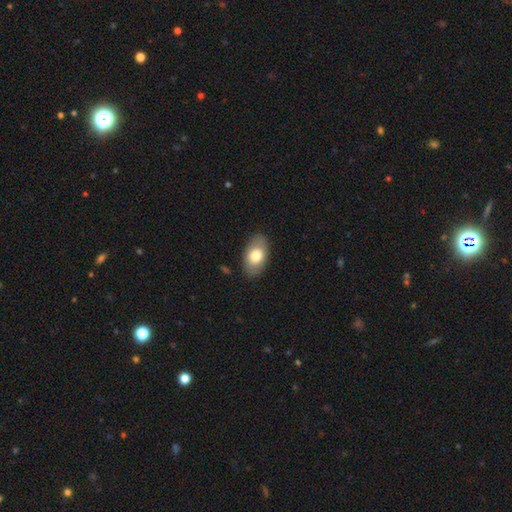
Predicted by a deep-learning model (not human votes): Q: Smooth or featured?
A: smooth (75%); runner-up: featured or disk (18%)
Q: How rounded?
A: in between (92%); runner-up: round (7%)
Q: Merging?
A: none (86%); runner-up: minor disturbance (10%)